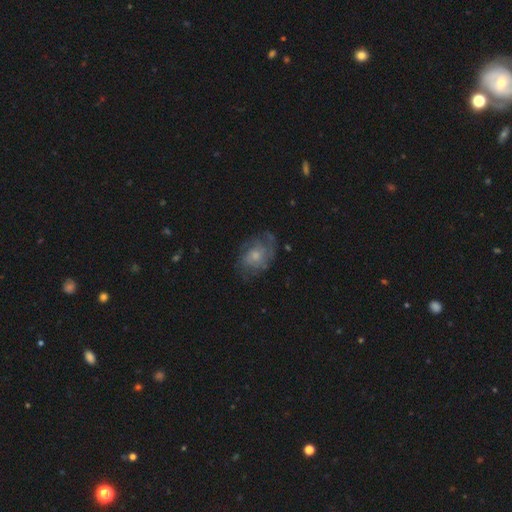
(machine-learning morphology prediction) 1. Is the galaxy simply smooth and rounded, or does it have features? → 68% featured or disk, 24% smooth, 8% star or artifact.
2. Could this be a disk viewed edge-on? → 97% no, 3% yes.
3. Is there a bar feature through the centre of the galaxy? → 78% no, 20% weak, 2% strong.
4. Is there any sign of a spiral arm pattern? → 85% yes, 15% no.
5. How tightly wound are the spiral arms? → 43% tight, 40% medium, 17% loose.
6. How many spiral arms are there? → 41% can't tell, 24% 2, 17% 3, 8% 4, 6% 1, 5% more than 4.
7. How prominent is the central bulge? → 50% small, 41% moderate, 4% none, 3% large, 1% dominant.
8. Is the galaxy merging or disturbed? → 64% none, 21% minor disturbance, 13% major disturbance, 1% merger.